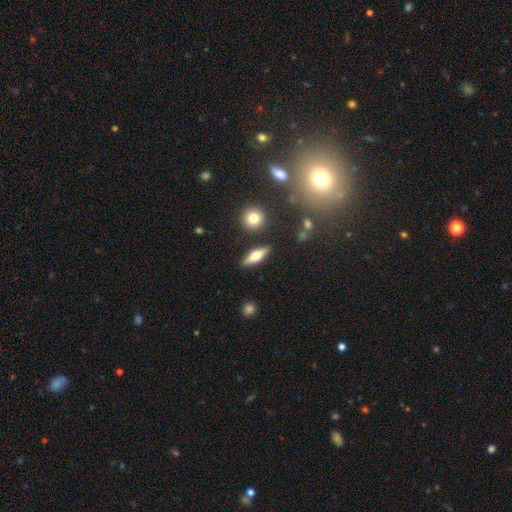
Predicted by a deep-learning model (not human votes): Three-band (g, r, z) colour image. It shows a smooth galaxy with no disk features (52%) that is in between round and cigar-shaped (51%). Merging: none (86%).